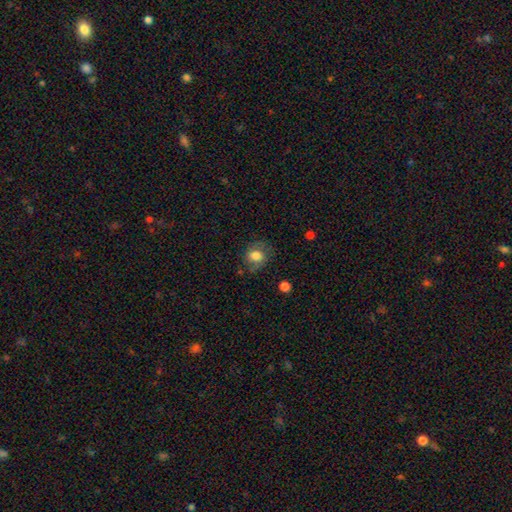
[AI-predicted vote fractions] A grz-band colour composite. It shows a smooth galaxy with no disk features (72%) that is round (62%). Merging: none (67%).